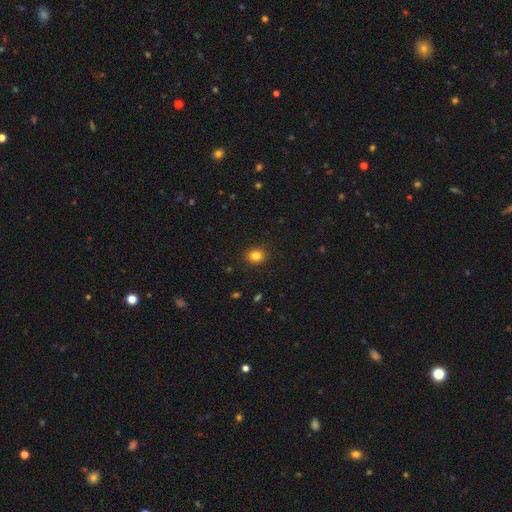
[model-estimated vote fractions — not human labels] A smooth galaxy with no disk features (83%) that is round (69%). Merging: none (90%).